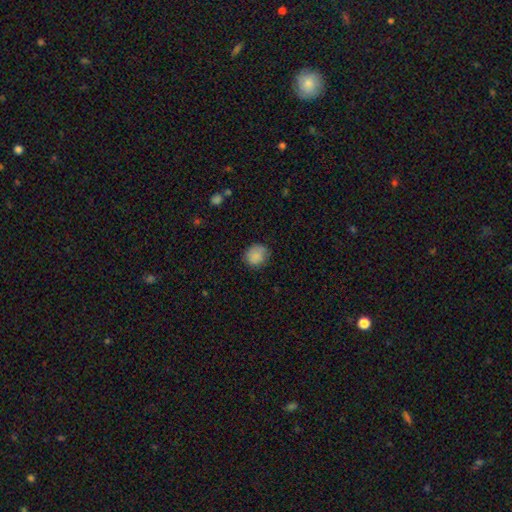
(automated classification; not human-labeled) smooth 86%, star or artifact 9%, featured or disk 5%. Down the decision tree: how rounded — round (76%); merging — none (78%).